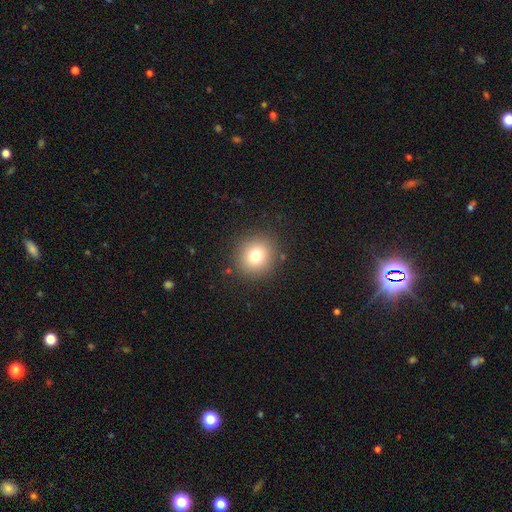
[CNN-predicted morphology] type=smooth (76%); roundness=round (88%); merging=none (89%).